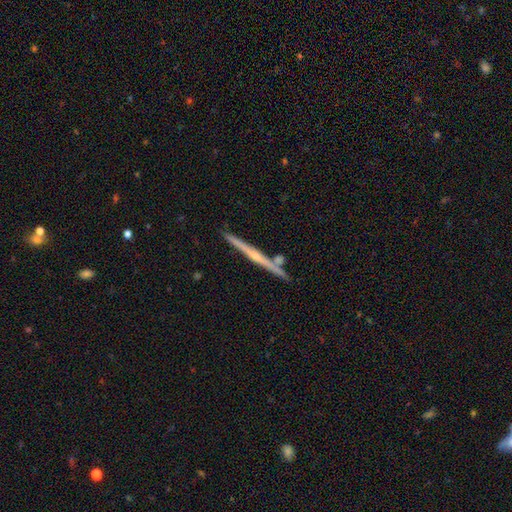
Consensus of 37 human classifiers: featured or disk 78%, smooth 19%, star or artifact 3%. Down the decision tree: edge-on disk — yes (100%); edge-on bulge — rounded (66%); merging — none (89%).